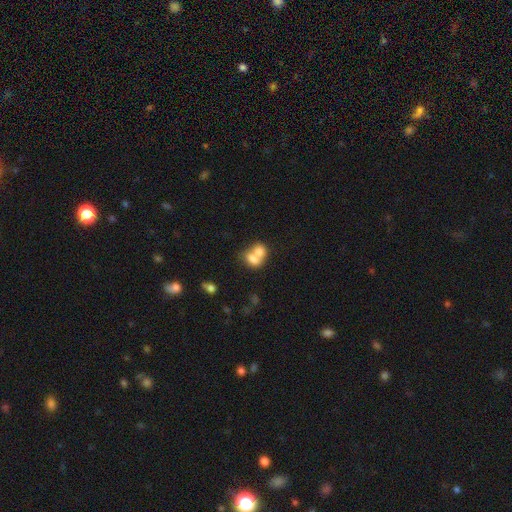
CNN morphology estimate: The model was most divided on "how rounded": in between: 58%, round: 41%, cigar-shaped: 1%. More confident: smooth or featured — smooth (73%); merging — merger (72%).